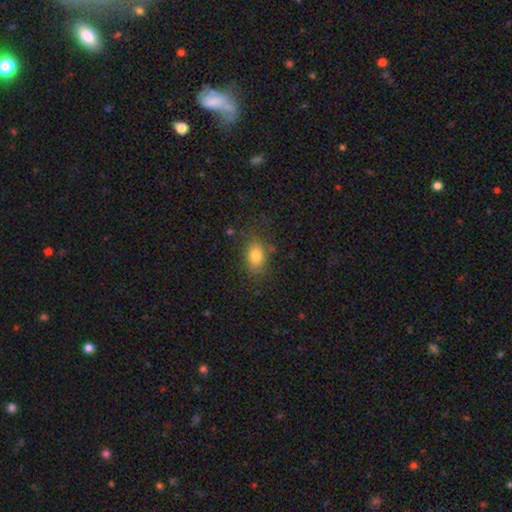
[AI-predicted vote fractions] smooth_or_featured: smooth (p=0.80) [alt: star or artifact p=0.10]
how_rounded: in between (p=0.74) [alt: round p=0.24]
merging: none (p=0.71) [alt: minor disturbance p=0.19]